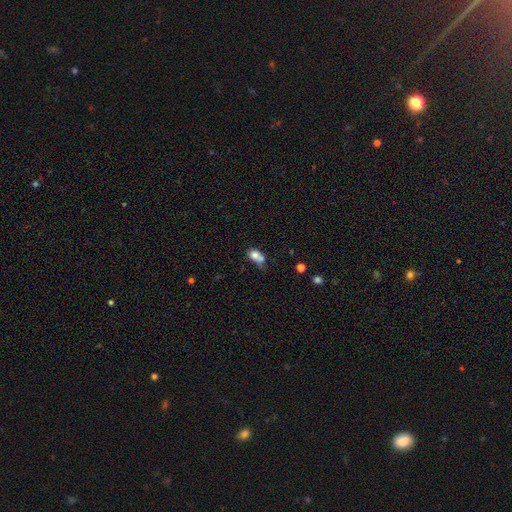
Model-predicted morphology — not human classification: Smooth or featured?
  - smooth: 72% *
  - featured or disk: 16%
  - star or artifact: 11%
How rounded?
  - in between: 55% *
  - round: 42%
  - cigar-shaped: 2%
Merging?
  - merger: 50% *
  - none: 25%
  - minor disturbance: 15%
  - major disturbance: 10%